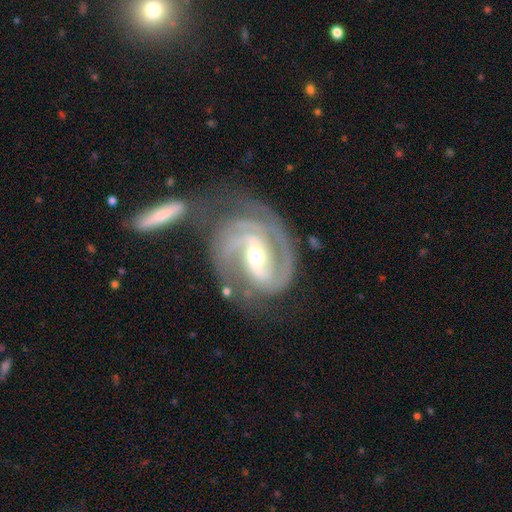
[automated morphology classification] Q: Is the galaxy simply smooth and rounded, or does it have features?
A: featured or disk — 92%.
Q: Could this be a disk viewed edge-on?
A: no — 97%.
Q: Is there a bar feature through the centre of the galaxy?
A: strong — 41%.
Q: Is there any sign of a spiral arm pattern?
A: yes — 98%.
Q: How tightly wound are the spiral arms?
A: tight — 50%.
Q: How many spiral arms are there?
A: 2 — 71%.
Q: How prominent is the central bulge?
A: moderate — 56%.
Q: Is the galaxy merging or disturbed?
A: none — 52%.